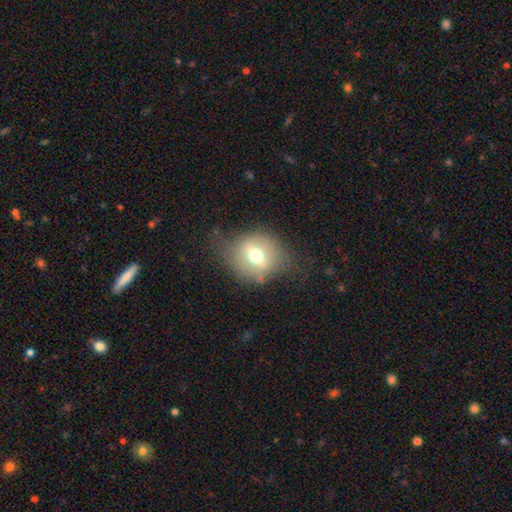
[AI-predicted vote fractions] Overall: smooth (53%; featured or disk 36%). How rounded: round (71%). Merging: none (60%; minor disturbance 23%).